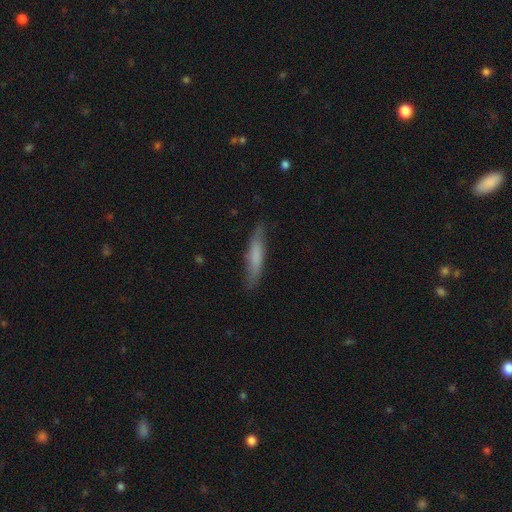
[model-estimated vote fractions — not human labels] smooth-or-featured: smooth: 67% | featured or disk: 27% | star or artifact: 6%
  how-rounded: cigar-shaped: 85% | in between: 13% | round: 1%
  merging: none: 79% | minor disturbance: 17% | major disturbance: 3% | merger: 1%